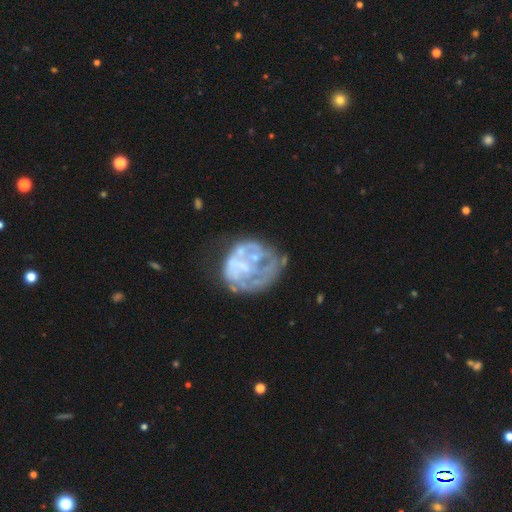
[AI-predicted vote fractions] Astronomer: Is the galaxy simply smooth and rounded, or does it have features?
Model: featured or disk — 68%.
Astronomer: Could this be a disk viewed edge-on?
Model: no — 98%.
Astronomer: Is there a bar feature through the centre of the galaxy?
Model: no — 82%.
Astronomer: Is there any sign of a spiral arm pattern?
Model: no — 76%.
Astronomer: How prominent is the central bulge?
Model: none — 59%.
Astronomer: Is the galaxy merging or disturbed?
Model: none — 42% (runner-up: major disturbance, 28%).